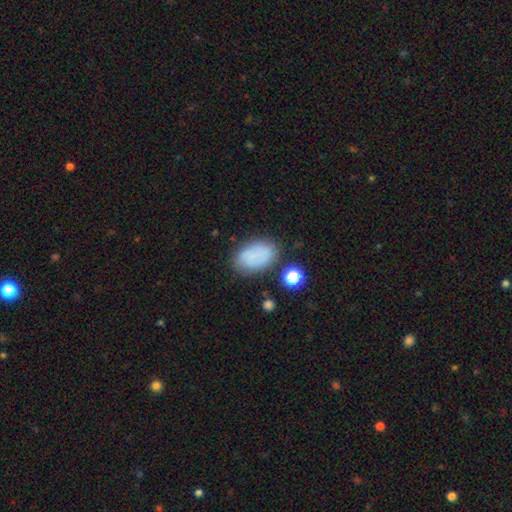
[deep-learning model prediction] Smooth or featured? smooth (75%)
How rounded? in between (88%)
Merging? none (74%)